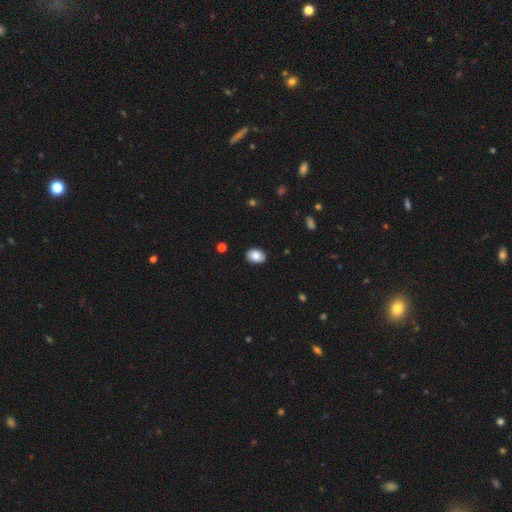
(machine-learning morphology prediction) Q: Smooth or featured?
A: smooth (84%); runner-up: featured or disk (8%)
Q: How rounded?
A: in between (78%); runner-up: round (21%)
Q: Merging?
A: none (88%); runner-up: minor disturbance (9%)